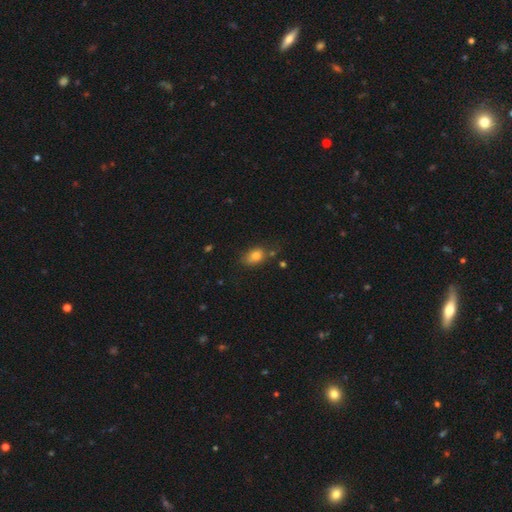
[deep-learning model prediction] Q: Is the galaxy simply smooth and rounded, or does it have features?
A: smooth — 80%.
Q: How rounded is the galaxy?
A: in between — 79%.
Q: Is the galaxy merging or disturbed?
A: none — 66%.